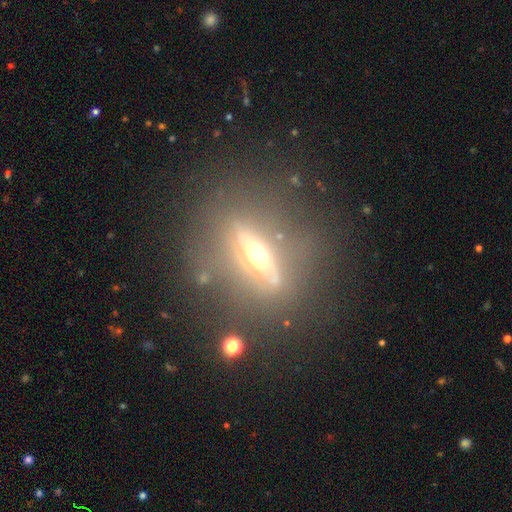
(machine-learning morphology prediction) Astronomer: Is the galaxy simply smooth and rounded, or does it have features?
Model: featured or disk — 65%.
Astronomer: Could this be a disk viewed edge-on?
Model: yes — 74%.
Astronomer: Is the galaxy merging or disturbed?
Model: none — 70%.